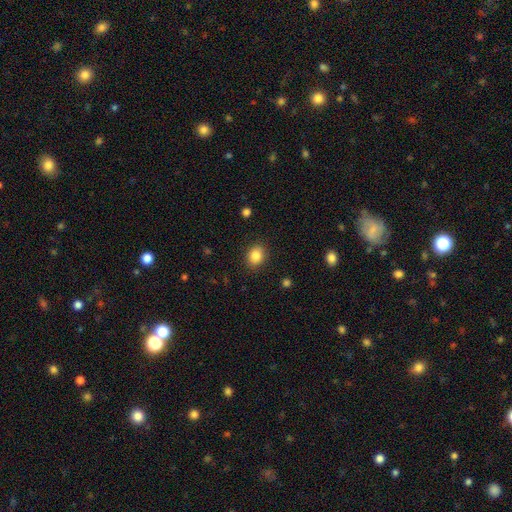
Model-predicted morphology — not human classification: type=smooth (85%); roundness=in between (50%); merging=none (88%).